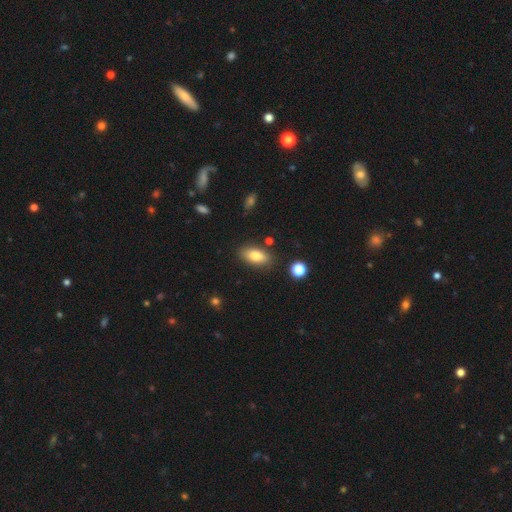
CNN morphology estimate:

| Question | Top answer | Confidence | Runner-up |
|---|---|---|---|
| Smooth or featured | smooth | 81% | featured or disk (11%) |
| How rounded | in between | 88% | cigar-shaped (7%) |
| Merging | none | 83% | minor disturbance (11%) |